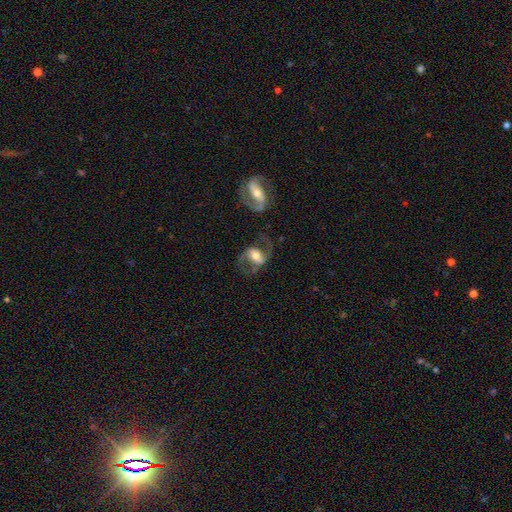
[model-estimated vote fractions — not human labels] Smooth or featured: featured or disk — 77% (smooth — 17%)
Edge-on disk: no — 95% (yes — 5%)
Bar: strong — 39% (weak — 35%)
Spiral arms: yes — 88% (no — 12%)
Spiral winding: medium — 47% (loose — 42%)
Spiral arm count: 2 — 89% (can't tell — 4%)
Bulge size: moderate — 57% (small — 20%)
Merging: none — 58% (major disturbance — 19%)